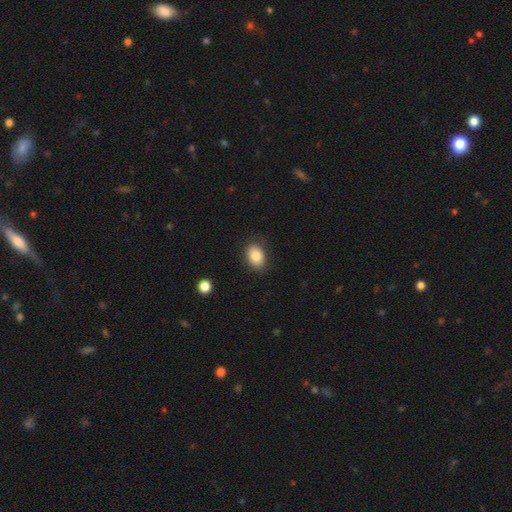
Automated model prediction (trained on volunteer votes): This is clearly a smooth galaxy (85%). How rounded: clearly in between (80%). Merging: clearly none (84%).